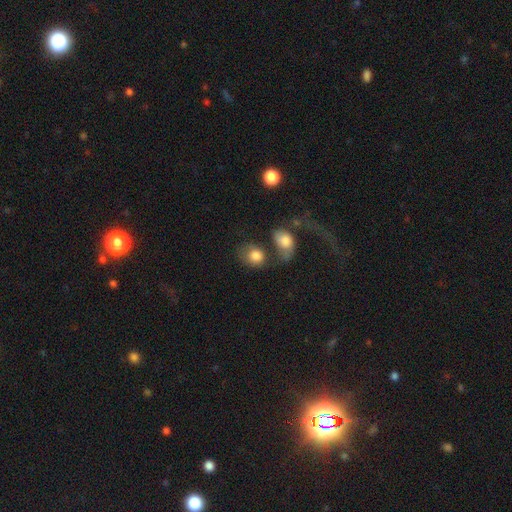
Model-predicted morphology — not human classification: This is likely a smooth galaxy (80%). How rounded: possibly in between (51%). Merging: marginally none (37%).